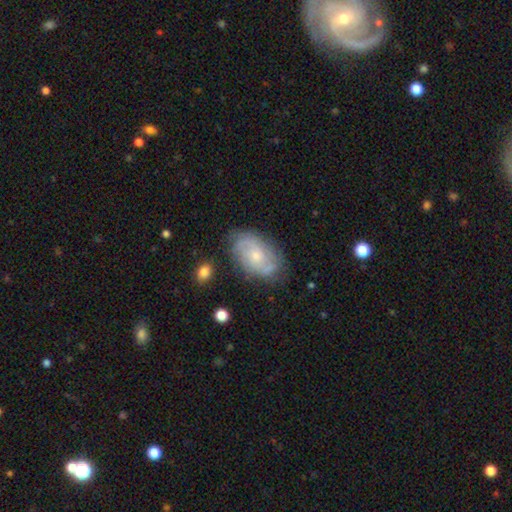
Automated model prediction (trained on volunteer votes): featured or disk 68%, smooth 25%, star or artifact 7%. Down the decision tree: edge-on disk — no (96%); bar — no (71%); spiral arms — yes (88%); spiral arm count — 2 (37%); spiral winding — tight (47%); bulge size — small (59%); merging — none (72%).